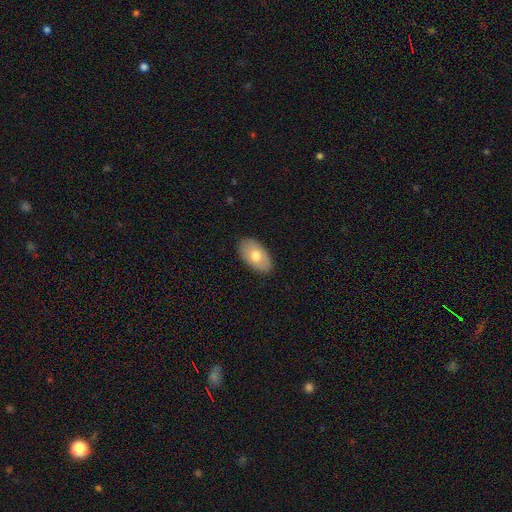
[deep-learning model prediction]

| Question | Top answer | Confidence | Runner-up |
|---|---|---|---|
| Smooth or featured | smooth | 69% | featured or disk (24%) |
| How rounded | in between | 94% | round (5%) |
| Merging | none | 87% | minor disturbance (10%) |